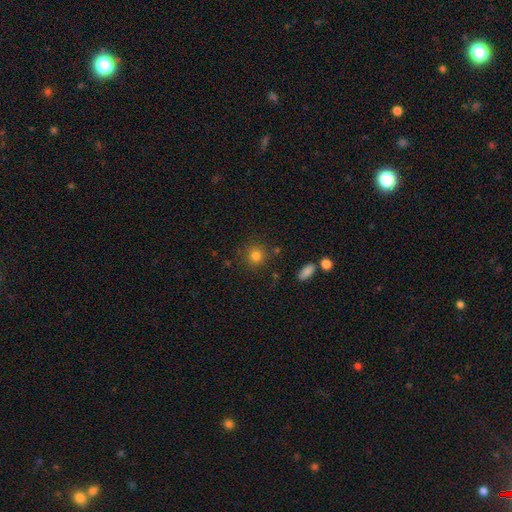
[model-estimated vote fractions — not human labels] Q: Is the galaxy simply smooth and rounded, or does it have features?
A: smooth — 81%.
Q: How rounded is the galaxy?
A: round — 88%.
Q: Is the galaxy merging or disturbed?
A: none — 83%.